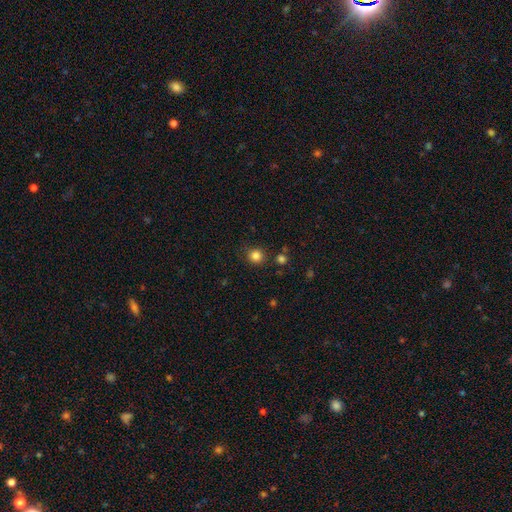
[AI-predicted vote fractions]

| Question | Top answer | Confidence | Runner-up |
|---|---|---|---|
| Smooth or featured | smooth | 83% | star or artifact (13%) |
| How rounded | round | 91% | in between (8%) |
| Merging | none | 85% | minor disturbance (8%) |